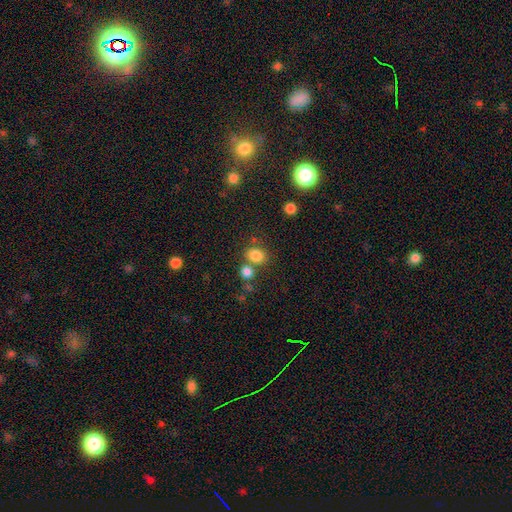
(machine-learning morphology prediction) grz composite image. It shows a smooth galaxy with no disk features (81%) that is round (60%). Merging: none (61%).